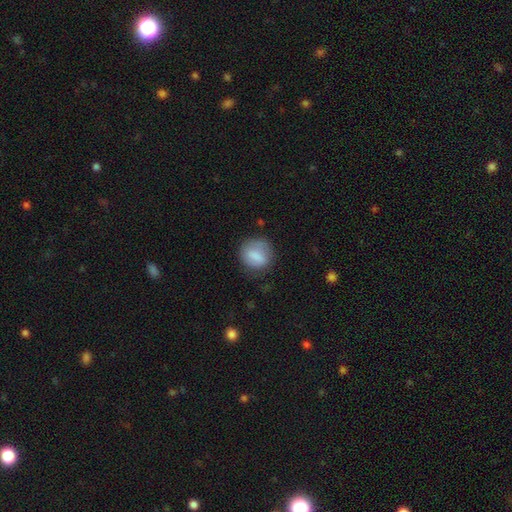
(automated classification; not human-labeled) The model was most divided on "how rounded": round: 72%, in between: 27%, cigar-shaped: 1%. More confident: smooth or featured — smooth (80%); merging — none (69%).